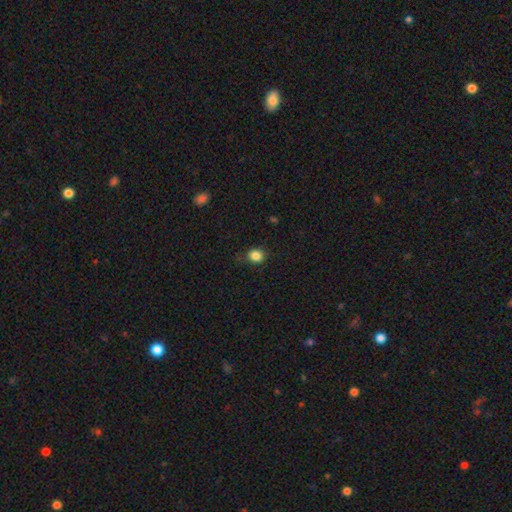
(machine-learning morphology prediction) type=smooth (85%); roundness=round (73%); merging=none (78%).